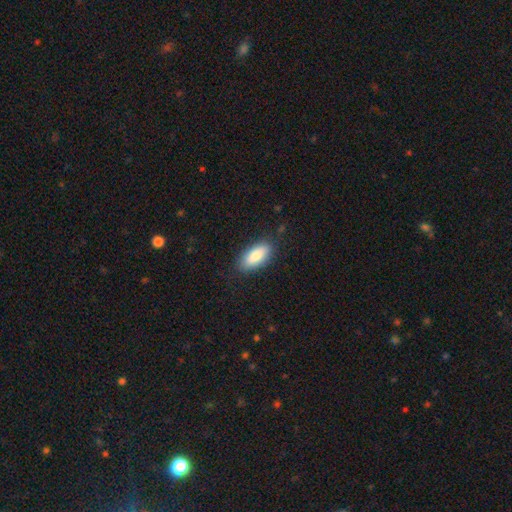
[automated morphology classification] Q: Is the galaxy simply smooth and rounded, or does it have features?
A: smooth — 83%.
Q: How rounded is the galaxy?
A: in between — 86%.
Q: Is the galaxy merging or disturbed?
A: none — 84%.